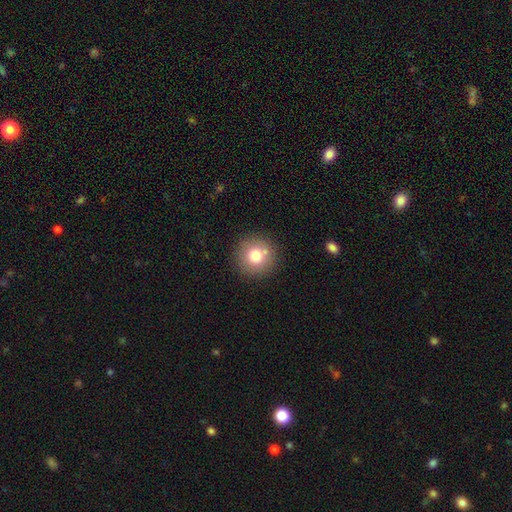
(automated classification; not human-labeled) Smooth or featured: smooth — 75% (featured or disk — 13%)
How rounded: round — 94% (in between — 5%)
Merging: none — 82% (minor disturbance — 9%)